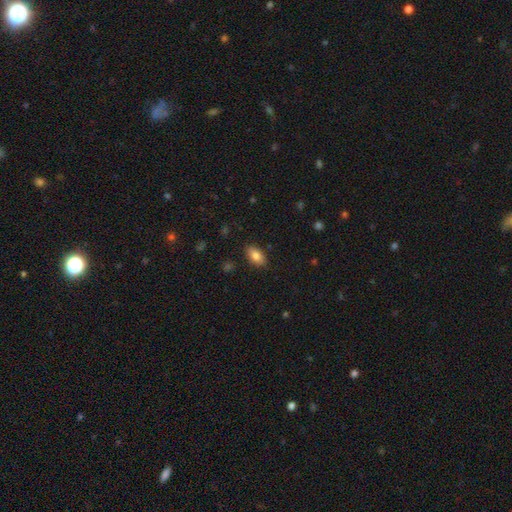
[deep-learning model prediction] The model was most divided on "smooth or featured": smooth: 82%, featured or disk: 10%, star or artifact: 8%. More confident: how rounded — in between (90%); merging — none (86%).